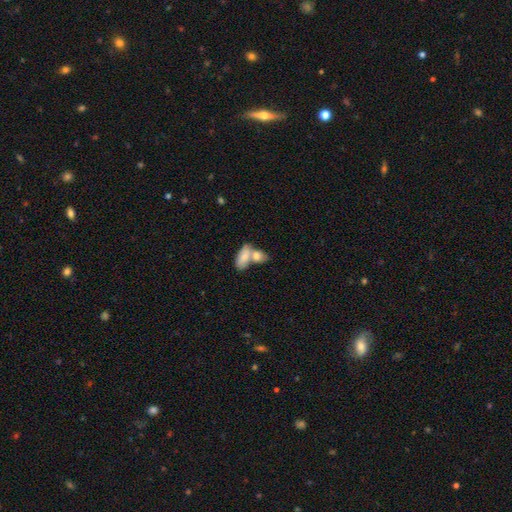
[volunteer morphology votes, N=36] This appears to be a smooth galaxy with no disk features (89%) that is in between round and cigar-shaped (75%). Merging: merger (64%).